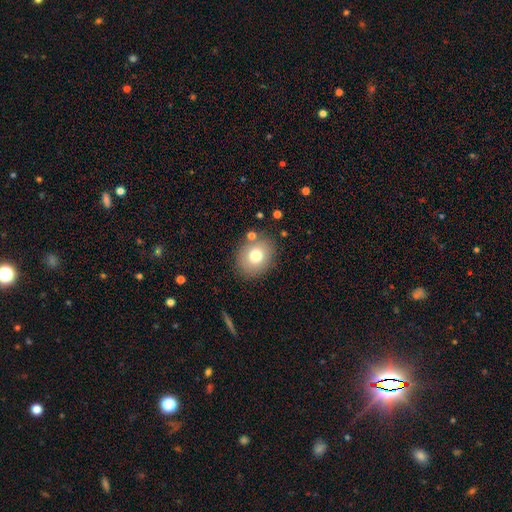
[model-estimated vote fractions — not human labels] A smooth galaxy with no disk features (75%) that is round (58%). Merging: none (81%).